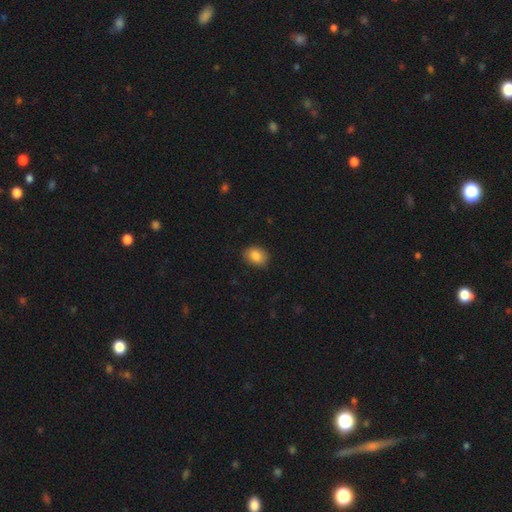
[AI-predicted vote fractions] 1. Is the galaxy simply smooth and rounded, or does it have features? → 86% smooth, 8% star or artifact, 6% featured or disk.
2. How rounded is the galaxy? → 69% in between, 30% round, 1% cigar-shaped.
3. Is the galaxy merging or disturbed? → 83% none, 13% minor disturbance, 3% major disturbance, 1% merger.